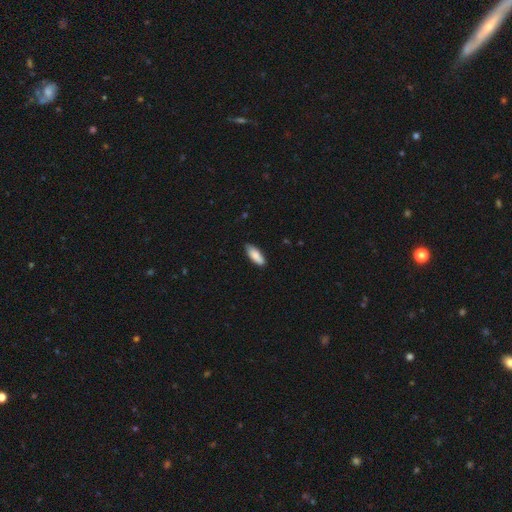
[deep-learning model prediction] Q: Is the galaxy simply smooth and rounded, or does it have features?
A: smooth — 86%.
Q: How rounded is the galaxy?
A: in between — 72%.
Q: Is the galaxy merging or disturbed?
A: none — 80%.